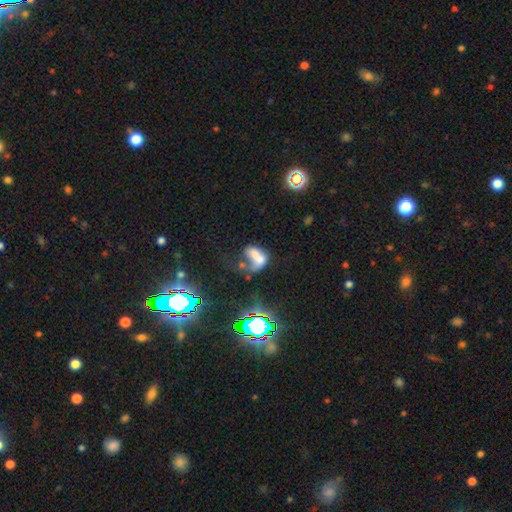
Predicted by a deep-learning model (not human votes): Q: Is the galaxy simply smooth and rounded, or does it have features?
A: smooth — 51%.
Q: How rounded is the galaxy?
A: in between — 83%.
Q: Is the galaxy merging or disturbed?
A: major disturbance — 38%.